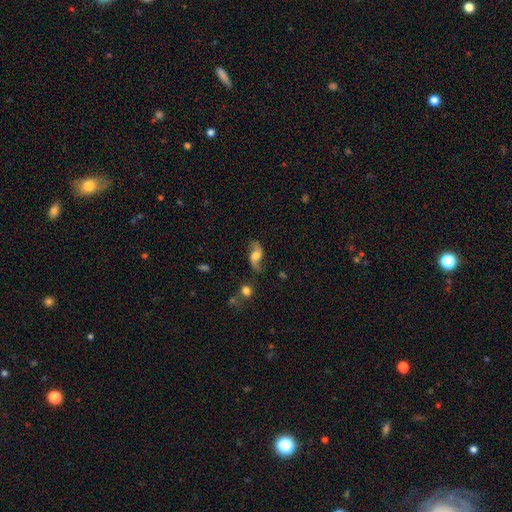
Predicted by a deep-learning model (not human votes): Smooth or featured? featured or disk (74%)
Edge-on disk? no (93%)
Bar? no (57%)
Spiral arms? yes (93%)
Spiral winding? loose (81%)
Spiral arm count? 2 (93%)
Bulge size? moderate (43%)
Merging? none (73%)